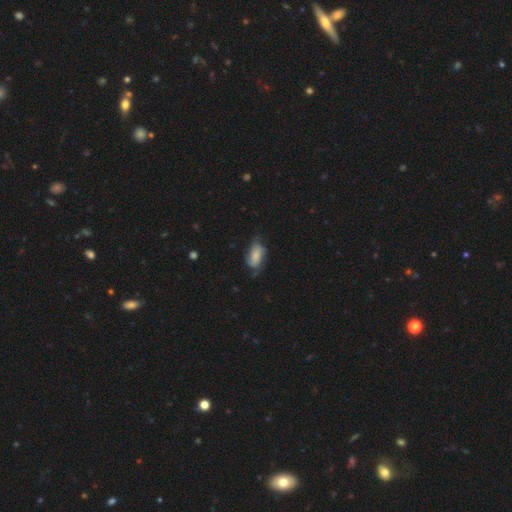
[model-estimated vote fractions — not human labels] A smooth galaxy with no disk features (54%) that is in between round and cigar-shaped (89%).

Vote fractions:
- Smooth or featured? smooth: 54% / featured or disk: 38% / star or artifact: 8%
- How rounded? in between: 89% / cigar-shaped: 6% / round: 5%
- Merging? none: 49% / minor disturbance: 32% / major disturbance: 17% / merger: 2%